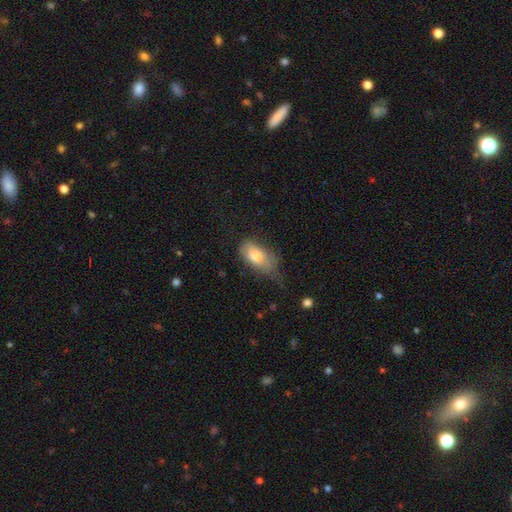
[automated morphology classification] Smooth or featured? Predicted: smooth (p=0.75). How rounded? Predicted: in between (p=0.91). Merging? Predicted: minor disturbance (p=0.38).